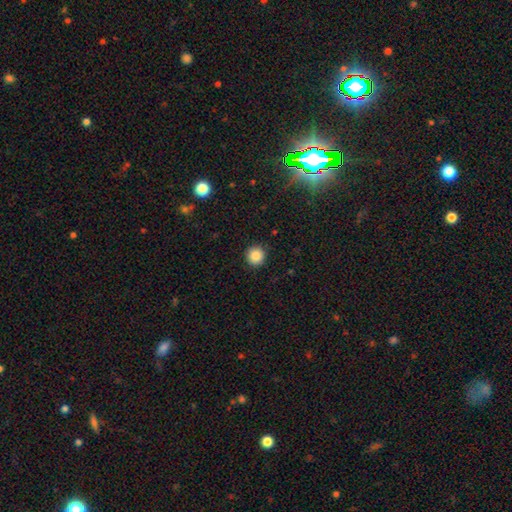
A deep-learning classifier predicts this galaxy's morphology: Smooth or featured?
  - smooth: 87% *
  - star or artifact: 10%
  - featured or disk: 4%
How rounded?
  - round: 95% *
  - in between: 4%
  - cigar-shaped: 1%
Merging?
  - none: 92% *
  - minor disturbance: 5%
  - major disturbance: 2%
  - merger: 1%